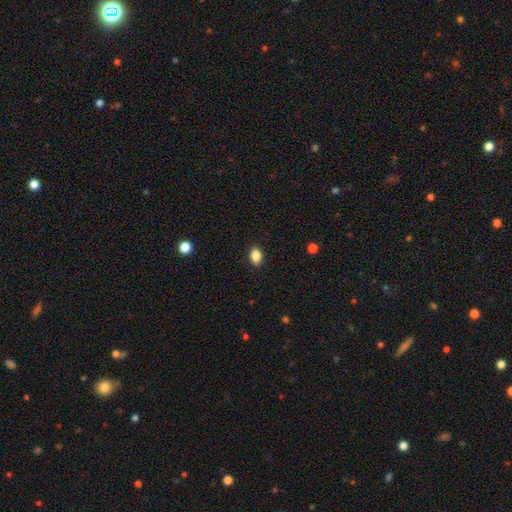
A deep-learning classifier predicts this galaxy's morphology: The model was most divided on "how rounded": in between: 78%, round: 20%, cigar-shaped: 1%. More confident: merging — none (90%); smooth or featured — smooth (87%).